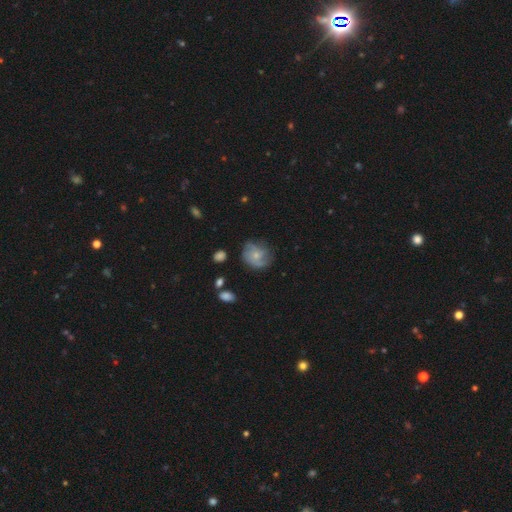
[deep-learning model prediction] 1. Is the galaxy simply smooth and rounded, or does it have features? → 60% featured or disk, 32% smooth, 8% star or artifact.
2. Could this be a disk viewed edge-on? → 97% no, 3% yes.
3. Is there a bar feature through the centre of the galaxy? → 77% no, 20% weak, 3% strong.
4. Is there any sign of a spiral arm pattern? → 85% yes, 15% no.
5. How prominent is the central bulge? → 67% small, 28% moderate, 3% none, 1% large, 1% dominant.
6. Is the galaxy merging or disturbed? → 63% none, 25% minor disturbance, 10% major disturbance, 2% merger.